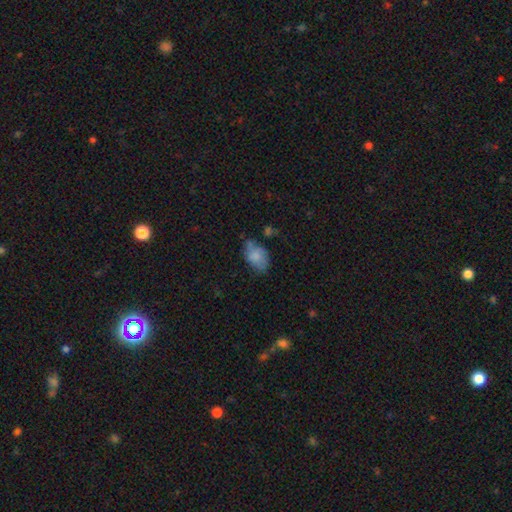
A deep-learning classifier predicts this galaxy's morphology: This is likely a smooth galaxy (69%). How rounded: clearly in between (86%). Merging: marginally none (45%).